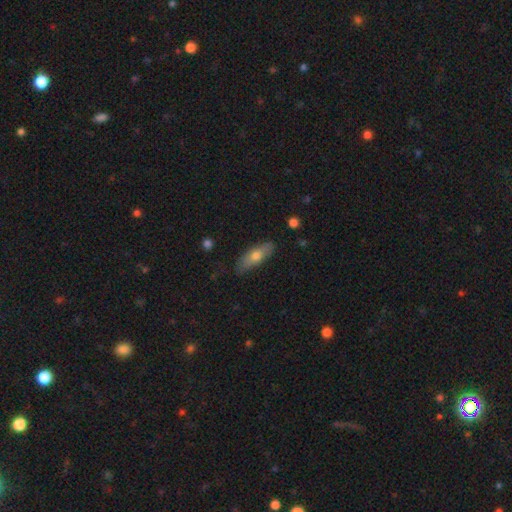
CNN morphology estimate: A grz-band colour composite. It shows a smooth galaxy with no disk features (63%) that is in between round and cigar-shaped (59%). Merging: none (82%).